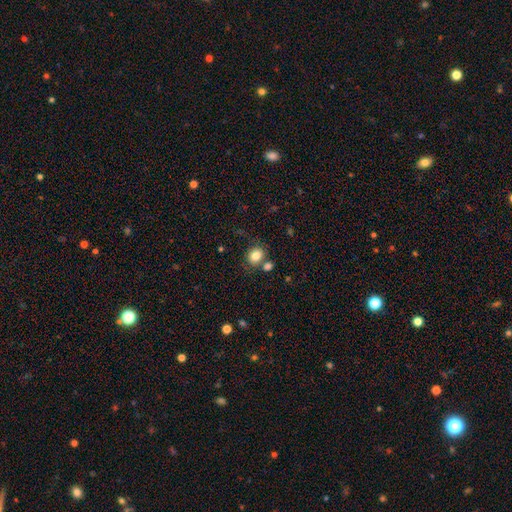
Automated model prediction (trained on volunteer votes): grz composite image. It shows a smooth galaxy with no disk features (82%) that is round (62%). Merging: none (65%).